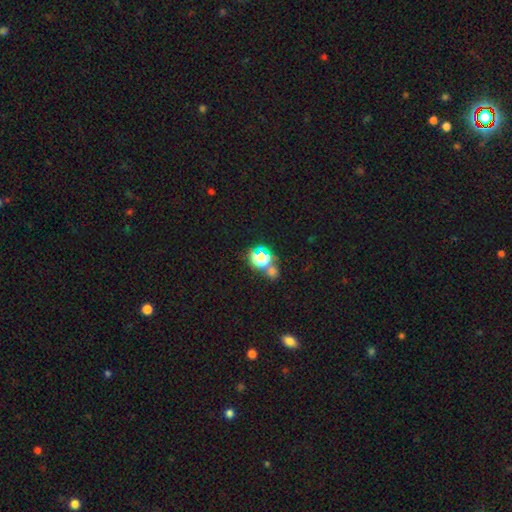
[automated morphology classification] Smooth or featured: star or artifact — 54% (smooth — 37%)